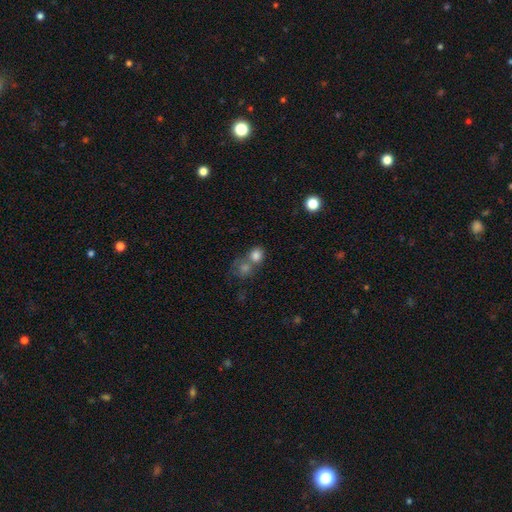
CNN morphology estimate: Overall: smooth (80%). How rounded: round (75%). Merging: merger (45%; none 43%).